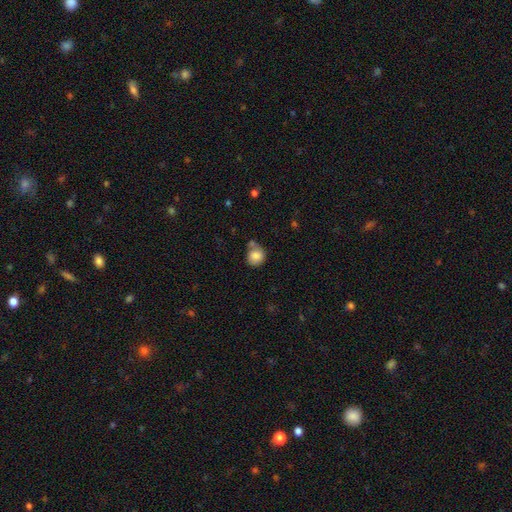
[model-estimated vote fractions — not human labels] Smooth or featured? smooth (83%)
How rounded? round (80%)
Merging? none (55%)